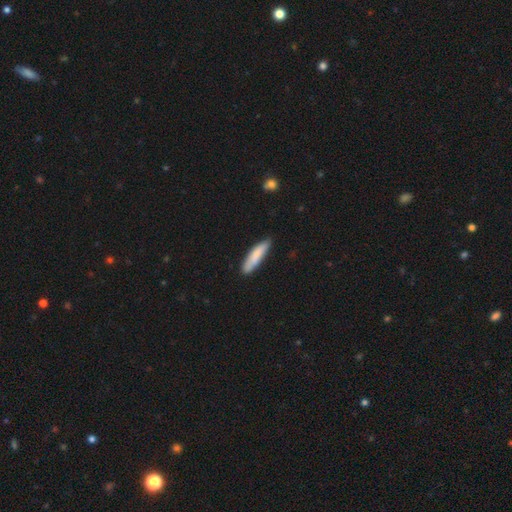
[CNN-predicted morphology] Smooth or featured? Predicted: smooth (p=0.82). How rounded? Predicted: cigar-shaped (p=0.77). Merging? Predicted: none (p=0.80).